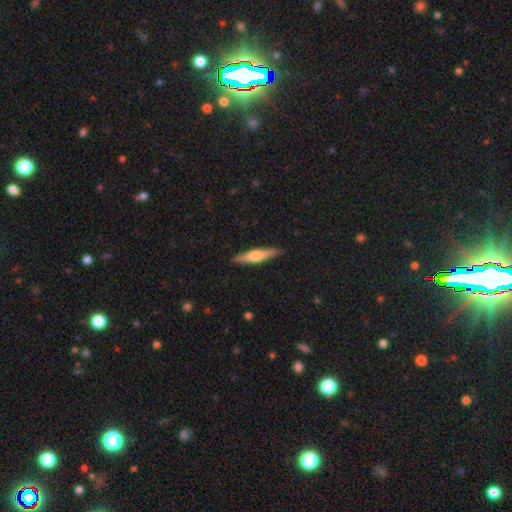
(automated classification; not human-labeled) A featured or disk galaxy (50%).

Vote fractions:
- Smooth or featured? featured or disk: 50% / smooth: 45% / star or artifact: 5%
- Merging? none: 89% / minor disturbance: 8% / major disturbance: 2% / merger: 1%